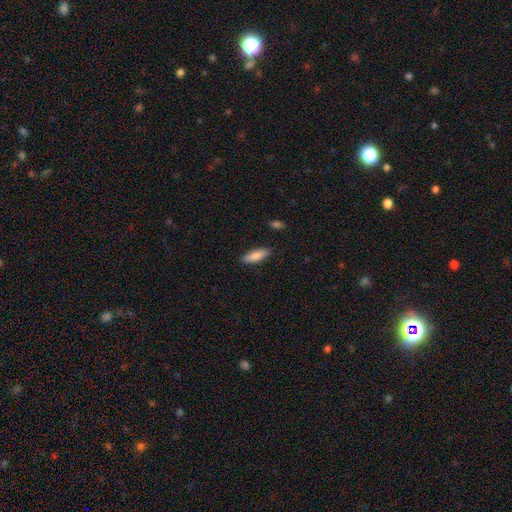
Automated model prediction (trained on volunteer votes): A smooth galaxy with no disk features (82%) that is in between round and cigar-shaped (53%).

Vote fractions:
- Smooth or featured? smooth: 82% / featured or disk: 12% / star or artifact: 6%
- How rounded? in between: 53% / cigar-shaped: 45% / round: 2%
- Merging? none: 87% / minor disturbance: 9% / major disturbance: 2% / merger: 1%